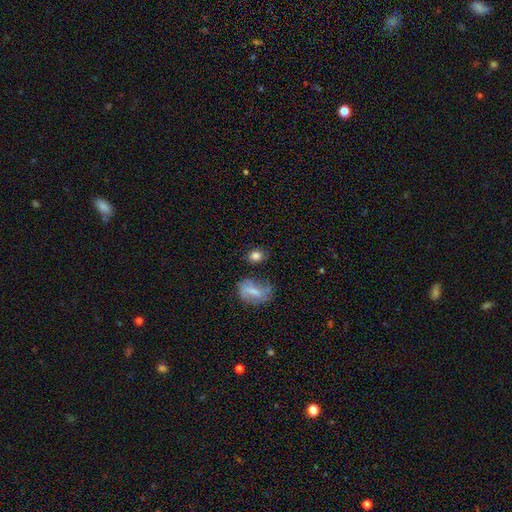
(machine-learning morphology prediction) smooth_or_featured: smooth (p=0.81) [alt: star or artifact p=0.10]
how_rounded: round (p=0.55) [alt: in between p=0.43]
merging: none (p=0.71) [alt: minor disturbance p=0.16]